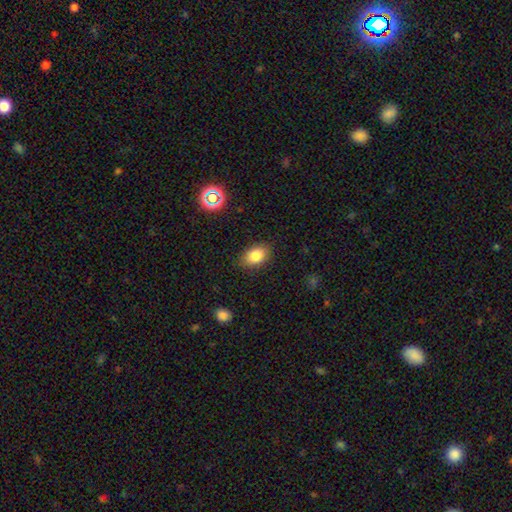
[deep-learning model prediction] smooth-or-featured: smooth: 83% | star or artifact: 9% | featured or disk: 7%
  how-rounded: in between: 85% | round: 13% | cigar-shaped: 2%
  merging: none: 85% | minor disturbance: 11% | major disturbance: 3% | merger: 1%